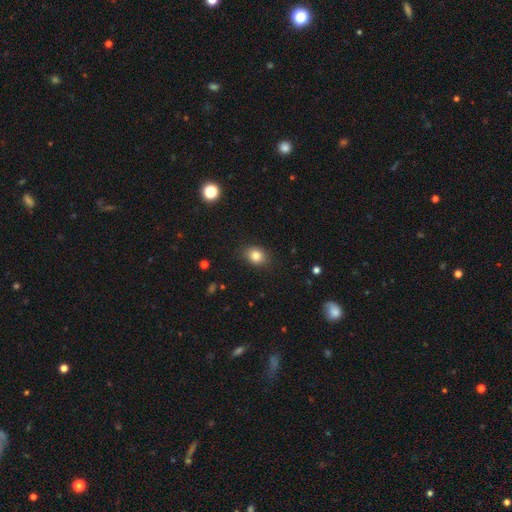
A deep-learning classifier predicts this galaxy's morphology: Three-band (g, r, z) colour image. It shows a smooth galaxy with no disk features (83%) that is in between round and cigar-shaped (52%). Merging: none (85%).